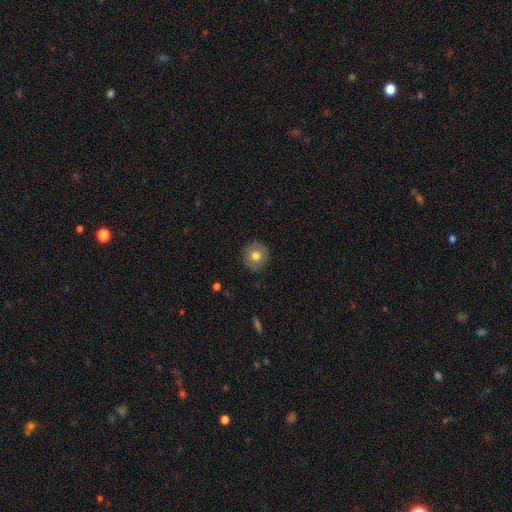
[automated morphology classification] Smooth or featured? Predicted: smooth (p=0.76). How rounded? Predicted: round (p=0.92). Merging? Predicted: none (p=0.87).